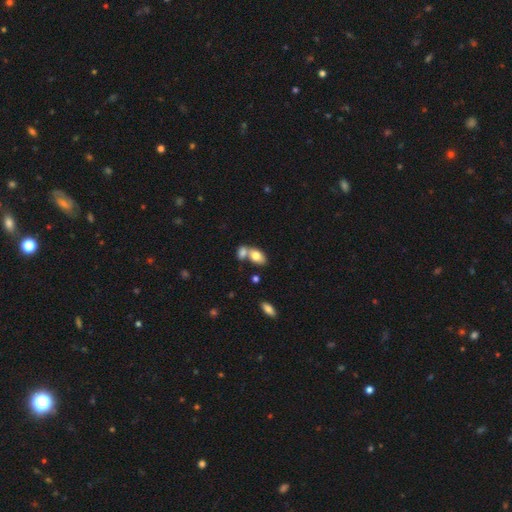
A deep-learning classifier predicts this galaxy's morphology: smooth_or_featured: smooth (p=0.78) [alt: featured or disk p=0.15]
how_rounded: in between (p=0.89) [alt: round p=0.09]
merging: merger (p=0.53) [alt: none p=0.34]